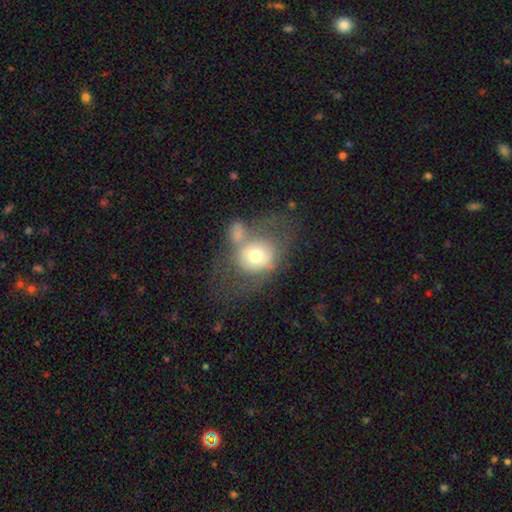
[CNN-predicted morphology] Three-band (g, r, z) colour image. It shows a smooth galaxy with no disk features (55%) that is round (54%). Merging: merger (35%).